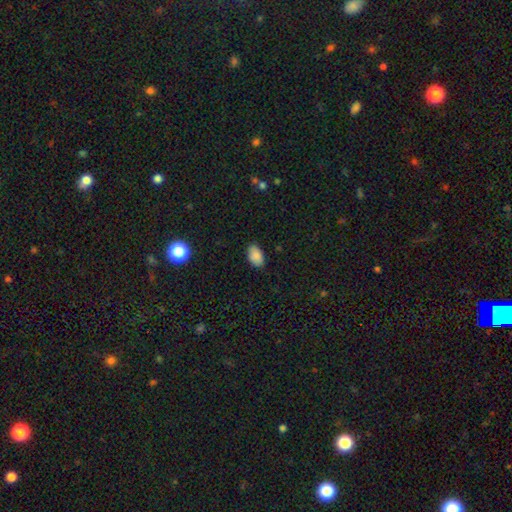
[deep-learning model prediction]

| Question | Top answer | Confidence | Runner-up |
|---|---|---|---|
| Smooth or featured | smooth | 86% | star or artifact (9%) |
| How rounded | in between | 92% | round (7%) |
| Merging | none | 85% | minor disturbance (11%) |